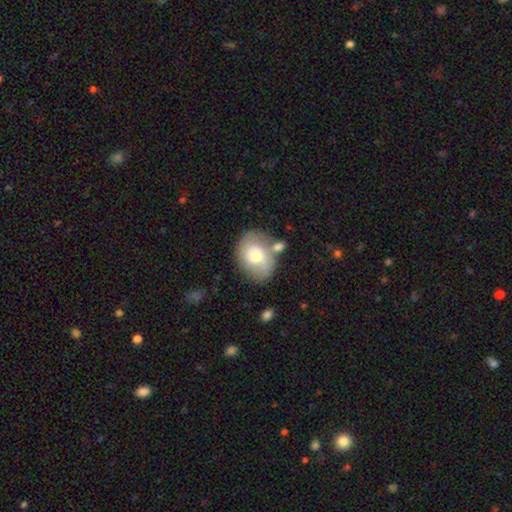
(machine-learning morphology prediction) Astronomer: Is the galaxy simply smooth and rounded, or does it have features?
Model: smooth — 53% (runner-up: featured or disk, 40%).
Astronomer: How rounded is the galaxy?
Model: in between — 52% (runner-up: round, 47%).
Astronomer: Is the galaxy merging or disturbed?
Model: none — 59%.